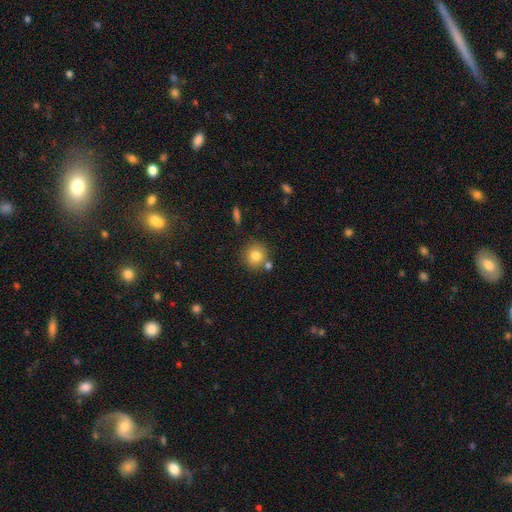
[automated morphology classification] The model was most divided on "merging": none: 74%, merger: 13%, minor disturbance: 11%, major disturbance: 3%. More confident: how rounded — round (89%); smooth or featured — smooth (79%).